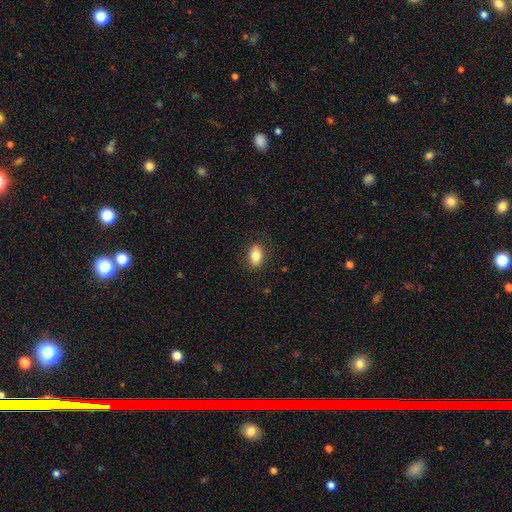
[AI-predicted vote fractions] A smooth galaxy with no disk features (80%) that is in between round and cigar-shaped (83%).

Vote fractions:
- Smooth or featured? smooth: 80% / featured or disk: 11% / star or artifact: 8%
- How rounded? in between: 83% / round: 15% / cigar-shaped: 2%
- Merging? none: 84% / minor disturbance: 12% / major disturbance: 3% / merger: 1%